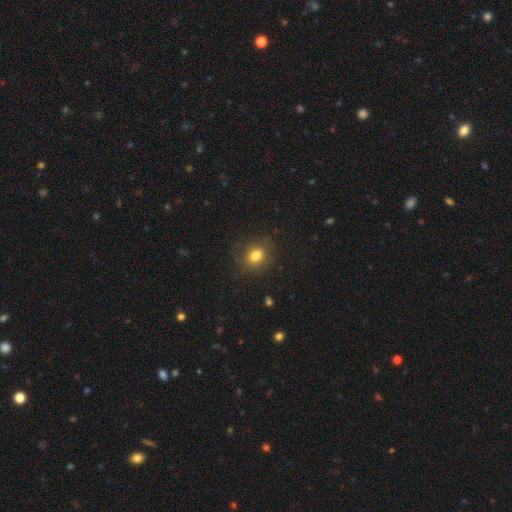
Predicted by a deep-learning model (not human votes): Smooth or featured?
  - smooth: 80% *
  - star or artifact: 12%
  - featured or disk: 8%
How rounded?
  - round: 63% *
  - in between: 36%
  - cigar-shaped: 1%
Merging?
  - none: 82% *
  - minor disturbance: 12%
  - major disturbance: 5%
  - merger: 1%